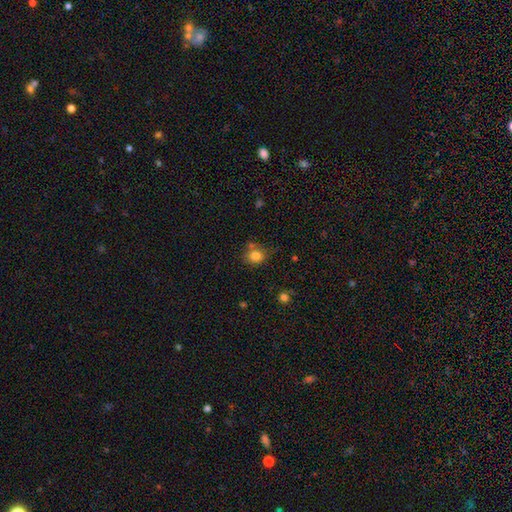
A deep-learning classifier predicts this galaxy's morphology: The model was most divided on "how rounded": round: 67%, in between: 32%, cigar-shaped: 1%. More confident: smooth or featured — smooth (81%); merging — none (60%).